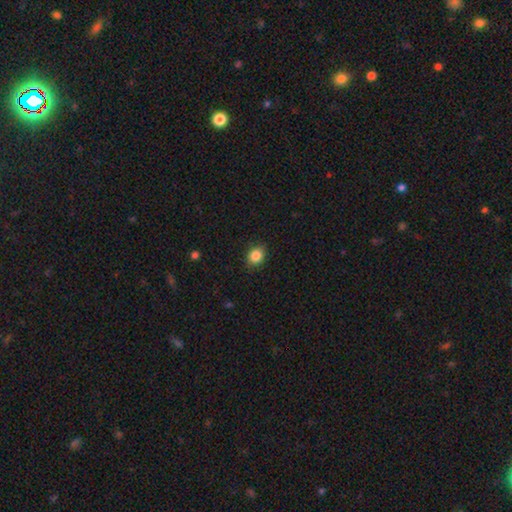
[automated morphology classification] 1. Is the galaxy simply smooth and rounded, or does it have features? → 85% smooth, 10% star or artifact, 5% featured or disk.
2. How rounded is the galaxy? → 55% round, 44% in between, 1% cigar-shaped.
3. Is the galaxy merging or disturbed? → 85% none, 11% minor disturbance, 2% major disturbance, 1% merger.